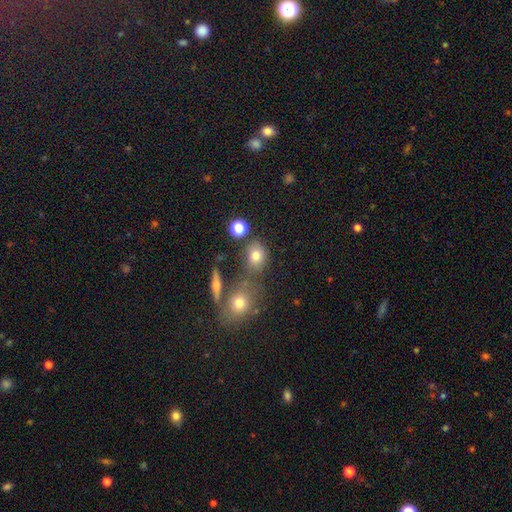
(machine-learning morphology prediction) smooth 76%, star or artifact 13%, featured or disk 11%. Down the decision tree: how rounded — round (53%); merging — none (61%).